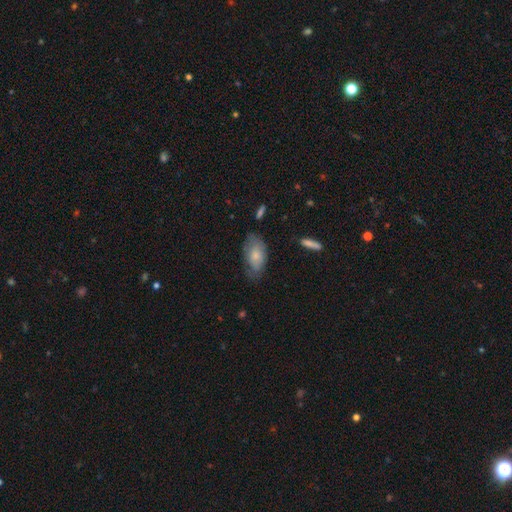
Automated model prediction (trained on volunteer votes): A smooth galaxy with no disk features (74%) that is in between round and cigar-shaped (92%).

Vote fractions:
- Smooth or featured? smooth: 74% / featured or disk: 19% / star or artifact: 6%
- How rounded? in between: 92% / cigar-shaped: 4% / round: 4%
- Merging? none: 58% / minor disturbance: 30% / major disturbance: 10% / merger: 2%